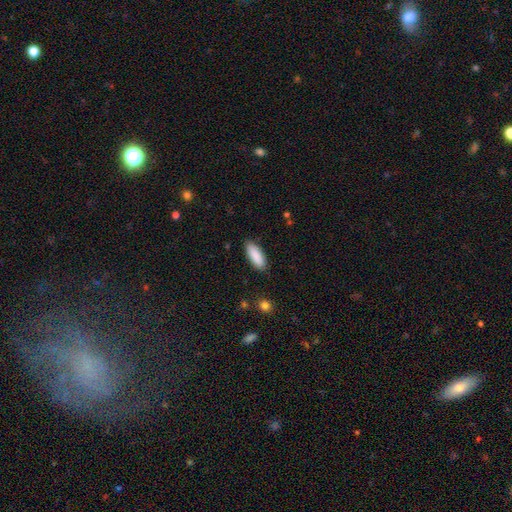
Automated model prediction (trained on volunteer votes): Smooth or featured? Predicted: smooth (p=0.89). How rounded? Predicted: in between (p=0.71). Merging? Predicted: none (p=0.87).